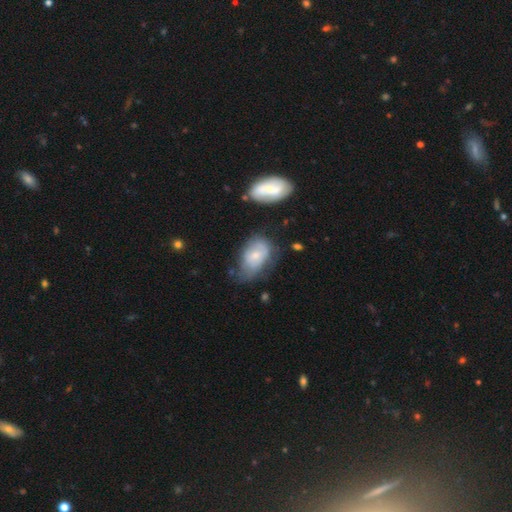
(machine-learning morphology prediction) Overall: smooth (54%; featured or disk 39%). How rounded: in between (88%). Merging: none (37%, tied with minor disturbance).